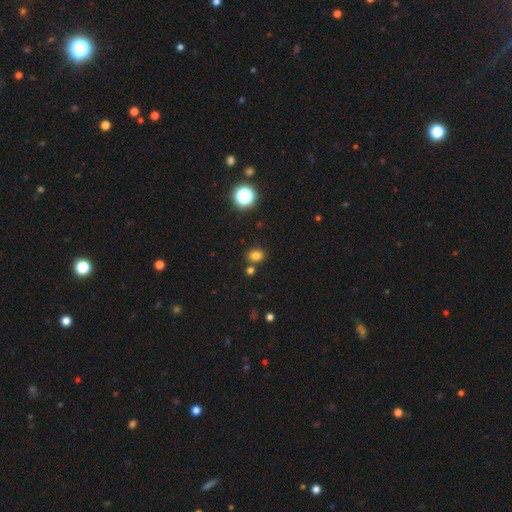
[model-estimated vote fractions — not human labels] Morphology: type=smooth (78%); roundness=in between (55%); merging=none (75%).